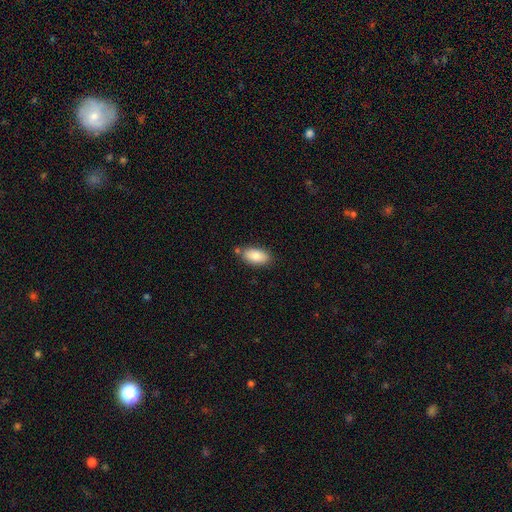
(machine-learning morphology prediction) Smooth or featured: smooth — 83% (featured or disk — 10%)
How rounded: in between — 93% (cigar-shaped — 4%)
Merging: none — 77% (minor disturbance — 14%)